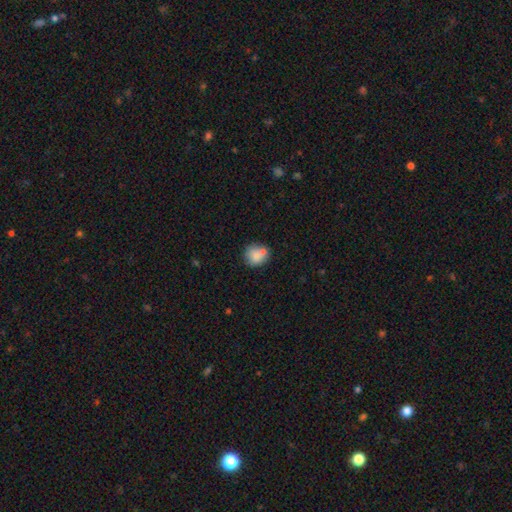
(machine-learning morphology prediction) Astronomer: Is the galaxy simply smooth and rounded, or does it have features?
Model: smooth — 80%.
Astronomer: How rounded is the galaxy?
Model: round — 83%.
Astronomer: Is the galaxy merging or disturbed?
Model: none — 60%.